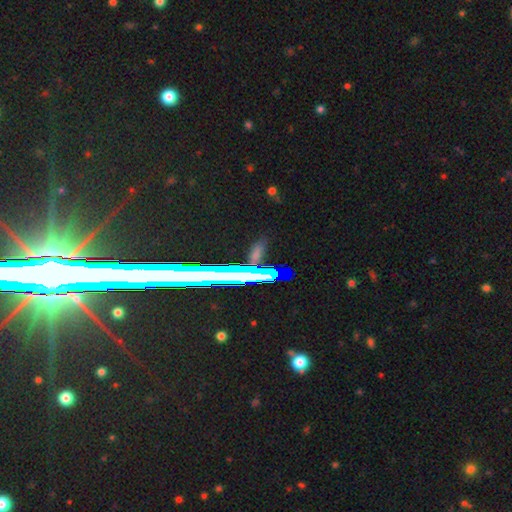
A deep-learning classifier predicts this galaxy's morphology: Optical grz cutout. It shows a star or artifact, not a galaxy (50%).